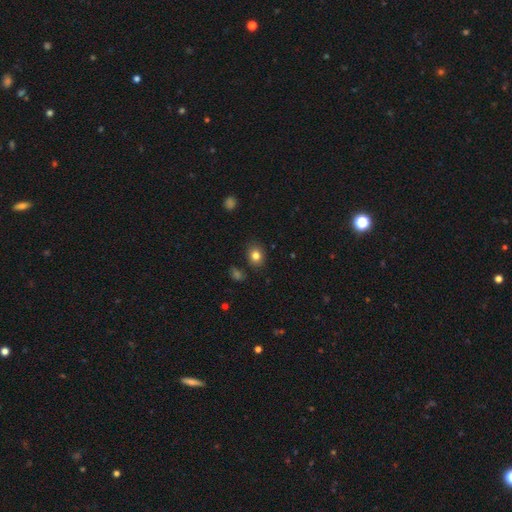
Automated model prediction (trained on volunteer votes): Smooth or featured?
  - smooth: 81% *
  - star or artifact: 11%
  - featured or disk: 8%
How rounded?
  - round: 50% *
  - in between: 49%
  - cigar-shaped: 1%
Merging?
  - none: 84% *
  - minor disturbance: 11%
  - major disturbance: 3%
  - merger: 2%